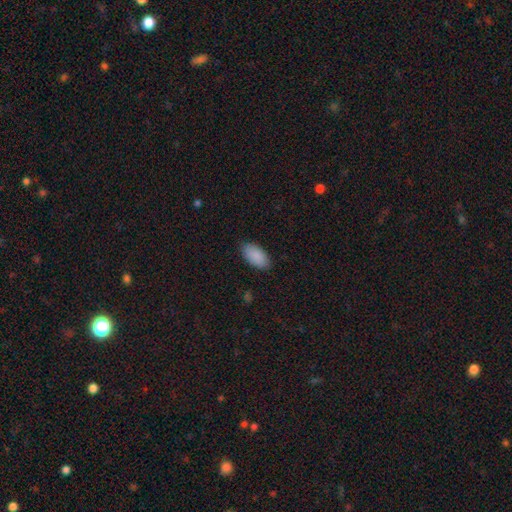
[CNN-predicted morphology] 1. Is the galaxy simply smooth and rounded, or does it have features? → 90% smooth, 6% star or artifact, 4% featured or disk.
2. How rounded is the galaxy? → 95% in between, 3% cigar-shaped, 2% round.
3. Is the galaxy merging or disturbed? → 86% none, 11% minor disturbance, 2% major disturbance, 1% merger.